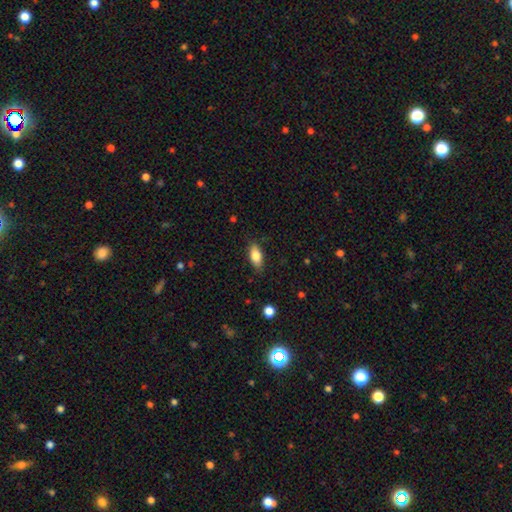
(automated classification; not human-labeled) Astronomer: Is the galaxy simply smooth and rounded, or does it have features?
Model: smooth — 79%.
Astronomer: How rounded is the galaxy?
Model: in between — 85%.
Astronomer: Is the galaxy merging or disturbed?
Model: none — 84%.